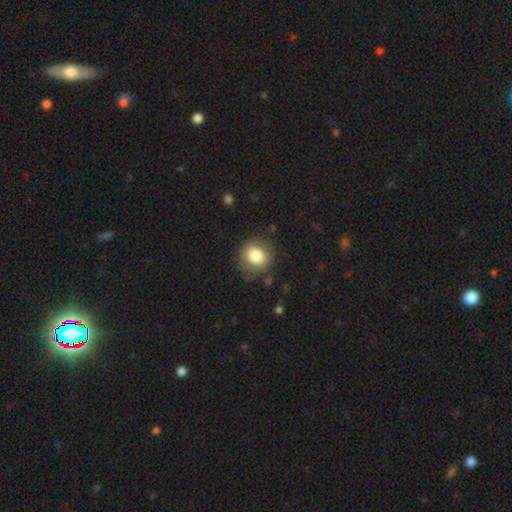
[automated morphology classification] Smooth or featured? Predicted: smooth (p=0.82). How rounded? Predicted: round (p=0.82). Merging? Predicted: none (p=0.82).